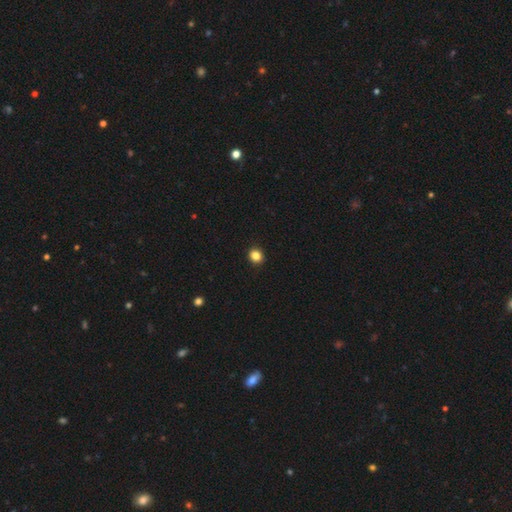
smooth-or-featured: smooth: 92% | star or artifact: 8% | featured or disk: 0%
  how-rounded: round: 74% | in between: 26% | cigar-shaped: 0%
  merging: none: 91% | minor disturbance: 6% | major disturbance: 3% | merger: 0%